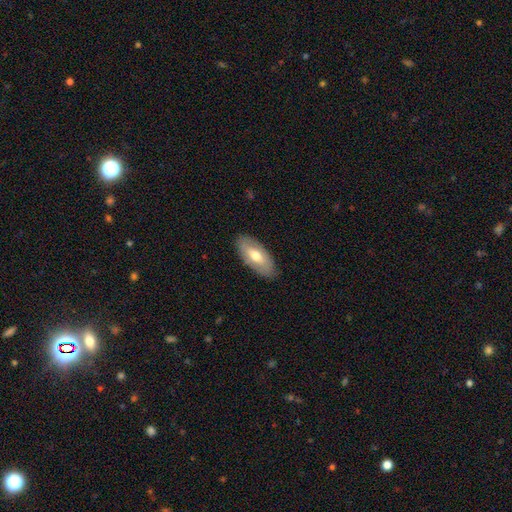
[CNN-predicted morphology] type=smooth (60%); roundness=in between (90%); merging=none (85%).